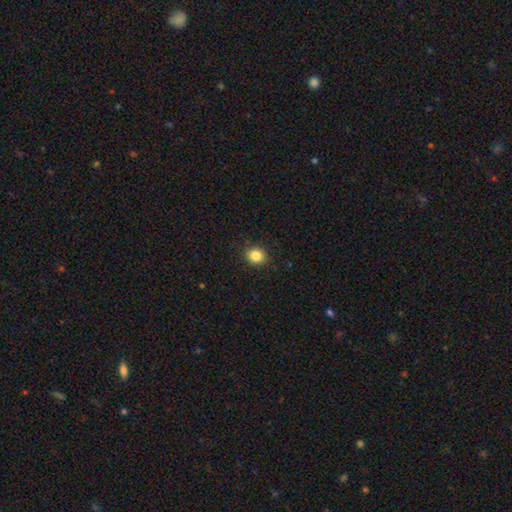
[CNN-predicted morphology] Smooth or featured? smooth (84%)
How rounded? round (72%)
Merging? none (90%)